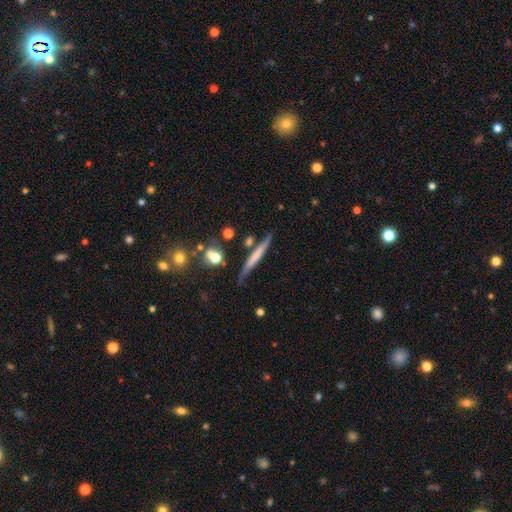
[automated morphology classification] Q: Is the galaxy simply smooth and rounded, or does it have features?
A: smooth — 50%.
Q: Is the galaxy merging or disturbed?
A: none — 68%.